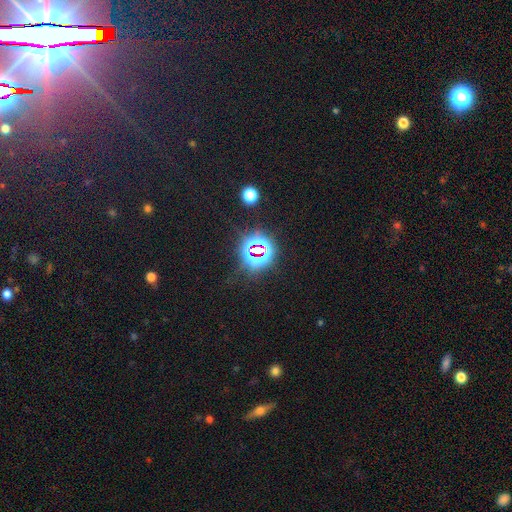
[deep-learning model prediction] Smooth or featured?
  - star or artifact: 79% *
  - smooth: 13%
  - featured or disk: 8%